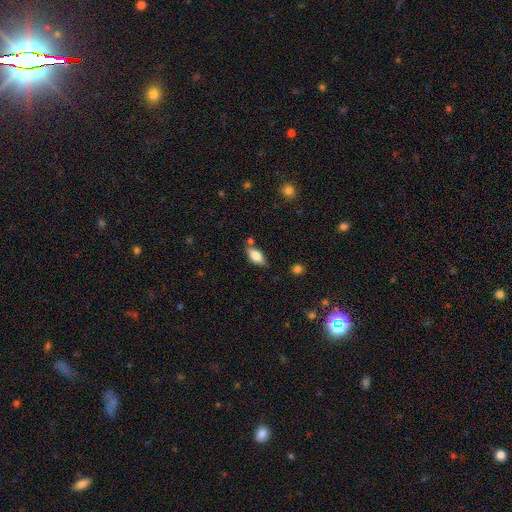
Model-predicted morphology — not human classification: Smooth or featured? Predicted: smooth (p=0.74). How rounded? Predicted: in between (p=0.84). Merging? Predicted: none (p=0.74).